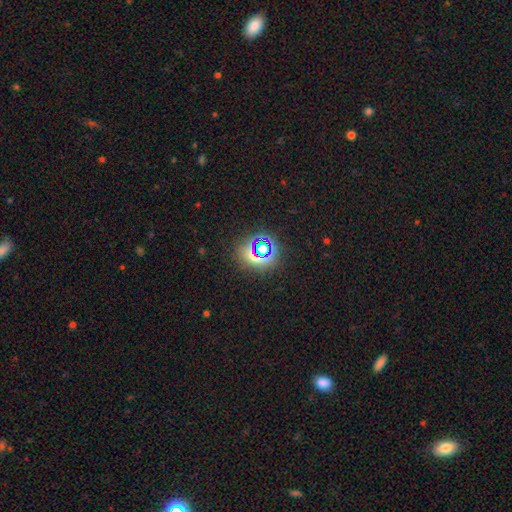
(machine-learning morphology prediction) Smooth or featured? Predicted: star or artifact (p=0.61).